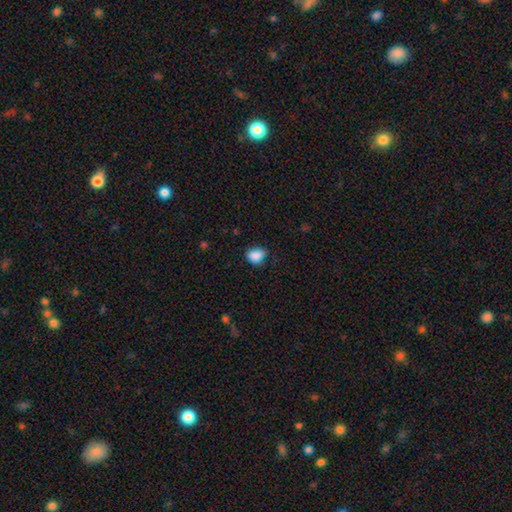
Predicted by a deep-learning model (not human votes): A smooth galaxy with no disk features (87%) that is in between round and cigar-shaped (63%).

Vote fractions:
- Smooth or featured? smooth: 87% / star or artifact: 9% / featured or disk: 4%
- How rounded? in between: 63% / round: 36% / cigar-shaped: 1%
- Merging? none: 65% / minor disturbance: 28% / major disturbance: 6% / merger: 2%